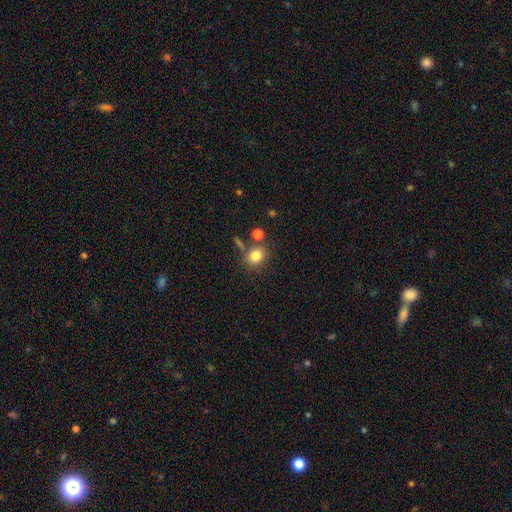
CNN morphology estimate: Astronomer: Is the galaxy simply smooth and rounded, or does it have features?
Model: smooth — 80%.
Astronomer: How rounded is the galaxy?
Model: round — 71%.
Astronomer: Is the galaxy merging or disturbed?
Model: none — 69%.